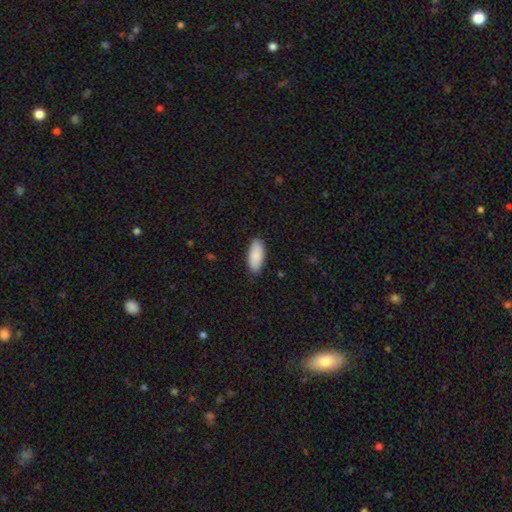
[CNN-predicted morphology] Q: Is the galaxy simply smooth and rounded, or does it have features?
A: smooth — 90%.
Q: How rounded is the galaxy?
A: in between — 87%.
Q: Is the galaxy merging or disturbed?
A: none — 87%.